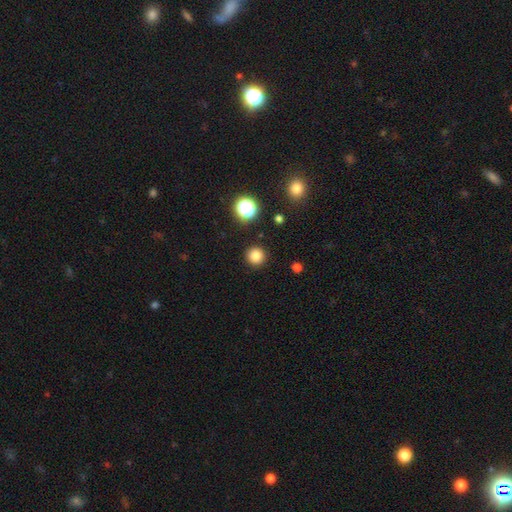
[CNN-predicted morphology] This is clearly a smooth galaxy (82%). How rounded: clearly round (96%). Merging: clearly none (92%).